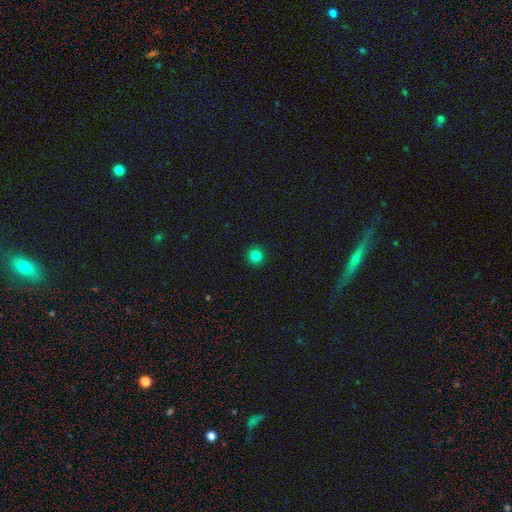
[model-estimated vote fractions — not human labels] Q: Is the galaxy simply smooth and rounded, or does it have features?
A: smooth — 84%.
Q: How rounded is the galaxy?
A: round — 95%.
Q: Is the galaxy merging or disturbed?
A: none — 92%.